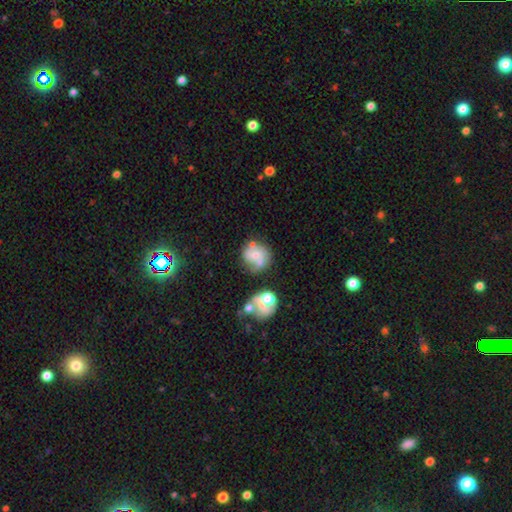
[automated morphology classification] This is possibly a featured or disk galaxy (49%). Merging: marginally none (45%).